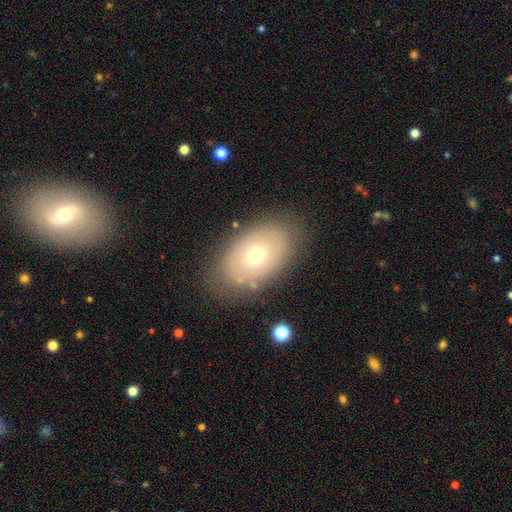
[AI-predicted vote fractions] Smooth or featured? smooth (62%)
How rounded? in between (84%)
Merging? none (78%)